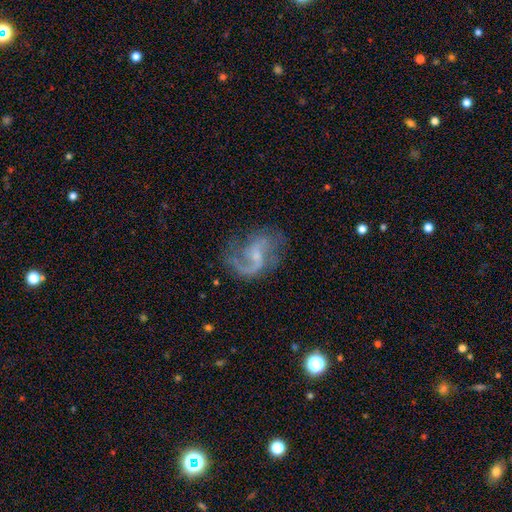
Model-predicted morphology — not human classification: The model was most divided on "bar": weak: 49%, no: 41%, strong: 10%. More confident: edge-on disk — no (98%); spiral arms — yes (96%); smooth or featured — featured or disk (88%); spiral arm count — 2 (77%); bulge size — small (65%); merging — none (62%); spiral winding — loose (53%).